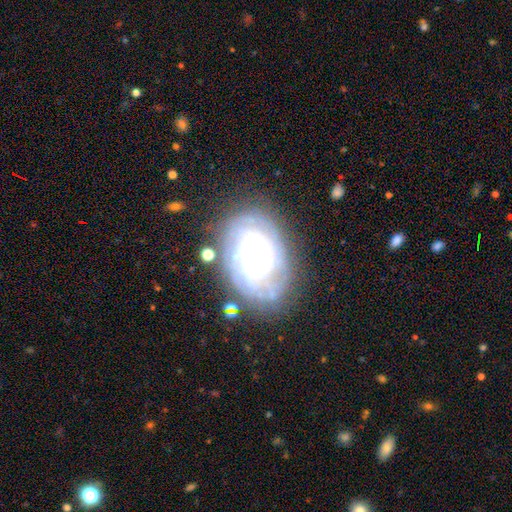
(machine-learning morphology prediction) Q: Smooth or featured?
A: featured or disk (83%); runner-up: smooth (10%)
Q: Edge-on disk?
A: no (96%); runner-up: yes (4%)
Q: Bar?
A: no (74%); runner-up: weak (18%)
Q: Spiral arms?
A: yes (91%); runner-up: no (9%)
Q: Spiral winding?
A: tight (80%); runner-up: medium (16%)
Q: Spiral arm count?
A: can't tell (41%); runner-up: 2 (17%)
Q: Bulge size?
A: moderate (62%); runner-up: small (18%)
Q: Merging?
A: none (73%); runner-up: minor disturbance (18%)